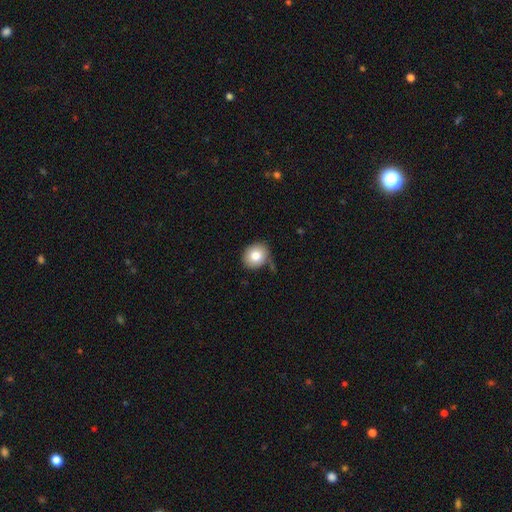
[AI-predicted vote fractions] smooth 81%, featured or disk 10%, star or artifact 9%. Down the decision tree: how rounded — round (75%); merging — none (71%).